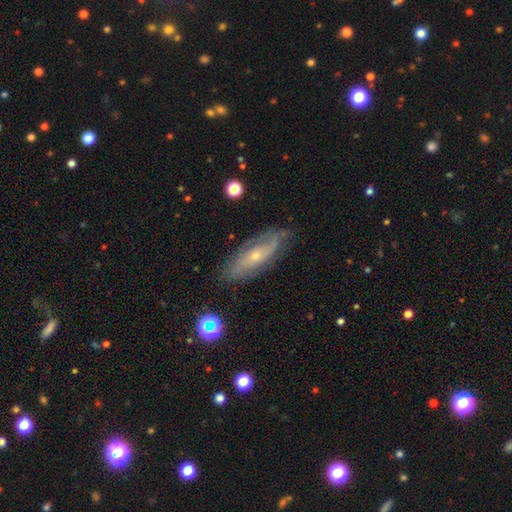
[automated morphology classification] A featured or disk galaxy (68%) with no bar (73%), spiral arms (78%) and a small central bulge (72%). Merging: none (71%).